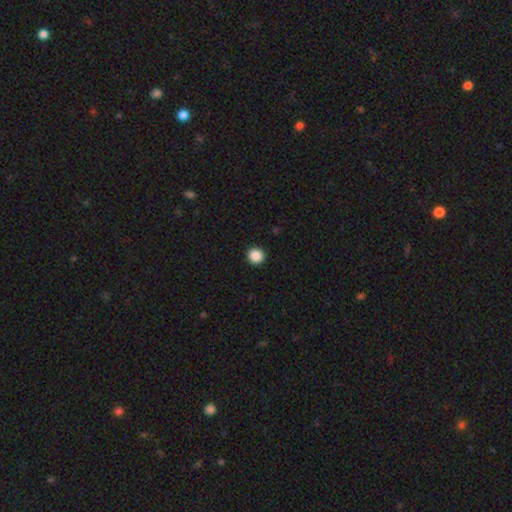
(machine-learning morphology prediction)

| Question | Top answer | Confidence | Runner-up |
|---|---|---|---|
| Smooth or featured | smooth | 88% | star or artifact (10%) |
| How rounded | round | 95% | in between (4%) |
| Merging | none | 94% | minor disturbance (4%) |